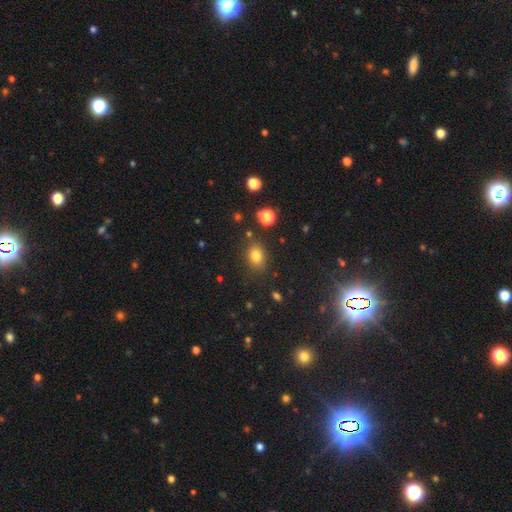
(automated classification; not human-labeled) Overall: smooth (79%). How rounded: in between (63%; round 36%). Merging: none (79%).